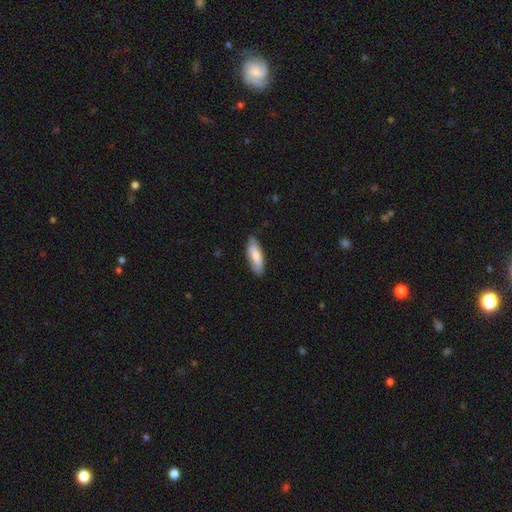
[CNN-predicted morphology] type=smooth (74%); roundness=in between (66%); merging=none (80%).